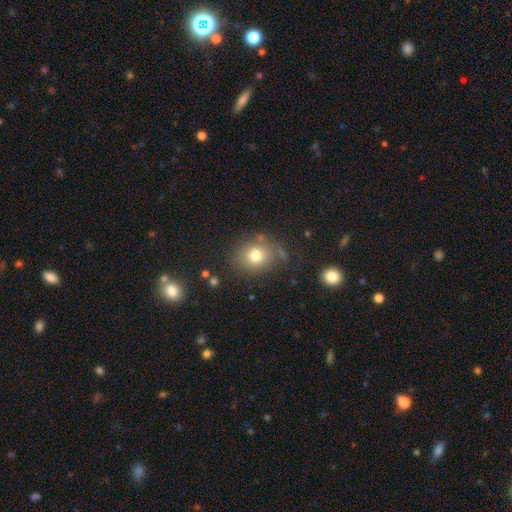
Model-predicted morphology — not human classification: The model was most divided on "how rounded": round: 64%, in between: 36%, cigar-shaped: 1%. More confident: smooth or featured — smooth (76%); merging — none (72%).